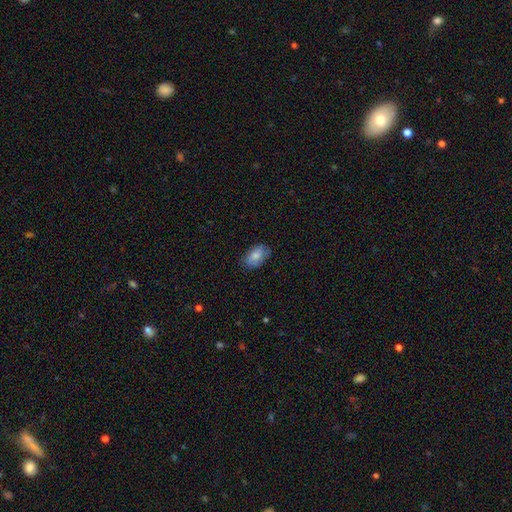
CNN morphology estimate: Smooth or featured?
  - smooth: 81% *
  - featured or disk: 12%
  - star or artifact: 7%
How rounded?
  - in between: 92% *
  - round: 7%
  - cigar-shaped: 2%
Merging?
  - none: 80% *
  - minor disturbance: 16%
  - major disturbance: 3%
  - merger: 1%